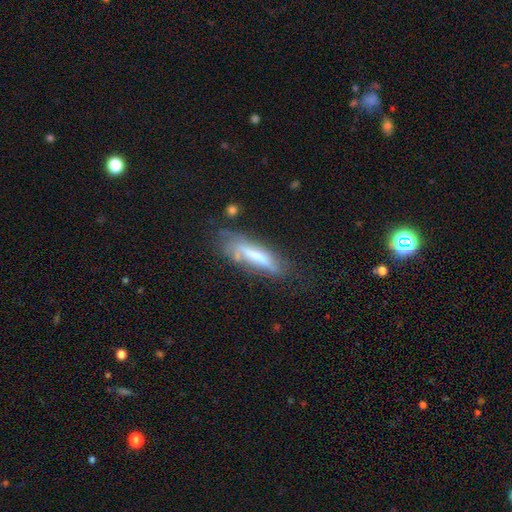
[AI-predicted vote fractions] smooth_or_featured: smooth (p=0.51) [alt: featured or disk p=0.41]
how_rounded: cigar-shaped (p=0.73) [alt: in between p=0.26]
merging: none (p=0.49) [alt: minor disturbance p=0.28]